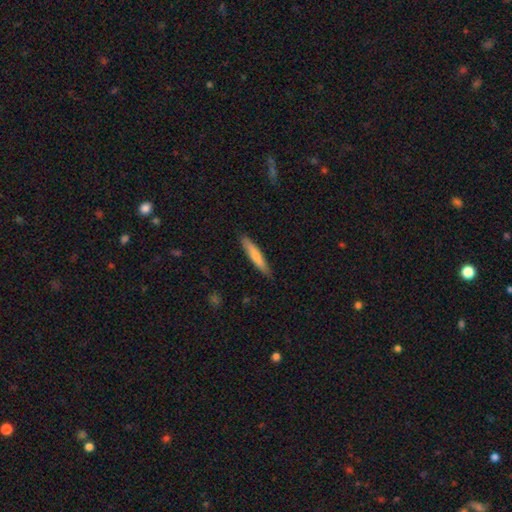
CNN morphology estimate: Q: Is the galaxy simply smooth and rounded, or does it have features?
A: smooth — 73%.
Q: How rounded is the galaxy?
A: cigar-shaped — 92%.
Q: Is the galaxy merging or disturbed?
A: none — 88%.